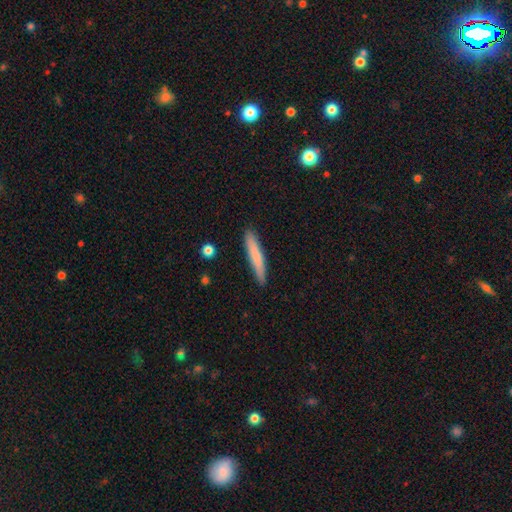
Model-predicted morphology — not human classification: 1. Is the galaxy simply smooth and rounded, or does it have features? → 73% smooth, 21% featured or disk, 6% star or artifact.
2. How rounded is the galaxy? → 94% cigar-shaped, 5% in between, 1% round.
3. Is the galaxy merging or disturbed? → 89% none, 8% minor disturbance, 2% major disturbance, 1% merger.